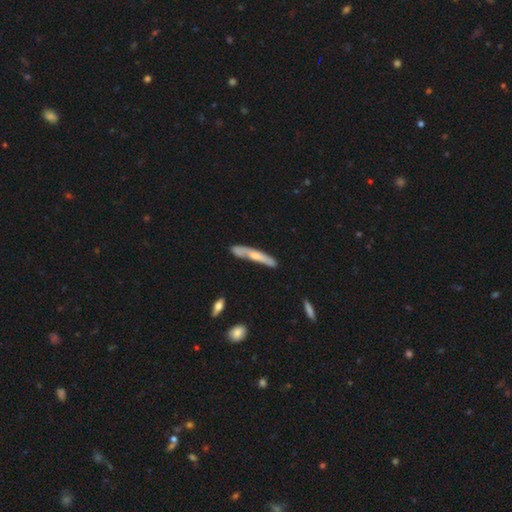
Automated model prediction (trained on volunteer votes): Smooth or featured?
  - featured or disk: 47% * (tied)
  - smooth: 47% * (tied)
  - star or artifact: 6%
Merging?
  - none: 62% *
  - minor disturbance: 25%
  - major disturbance: 7%
  - merger: 5%